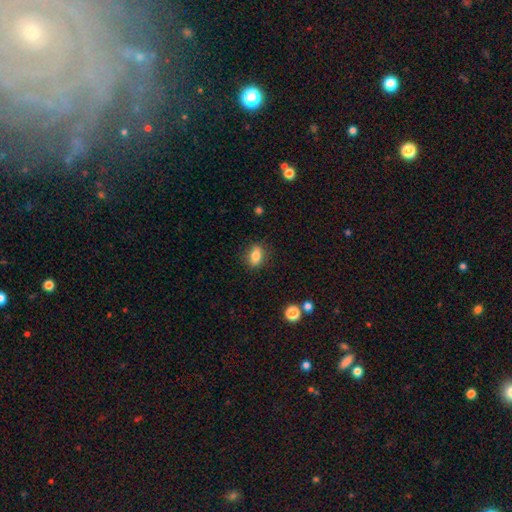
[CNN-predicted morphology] Overall: smooth (81%). How rounded: in between (78%). Merging: none (85%).